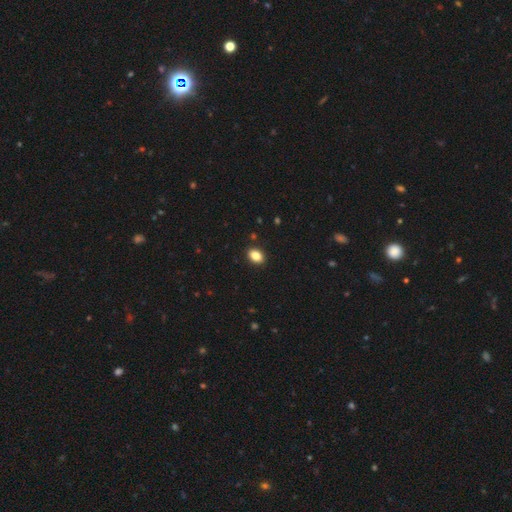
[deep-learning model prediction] This is clearly a smooth galaxy (86%). How rounded: likely in between (76%). Merging: clearly none (90%).